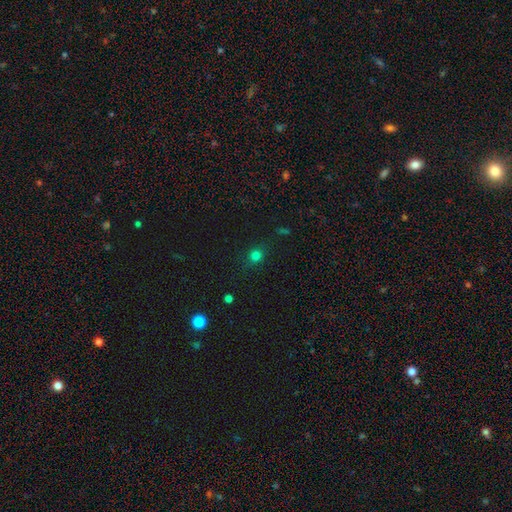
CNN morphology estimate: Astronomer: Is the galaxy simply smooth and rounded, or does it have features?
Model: smooth — 76%.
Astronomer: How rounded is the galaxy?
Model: round — 80%.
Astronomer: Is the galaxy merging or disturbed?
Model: none — 84%.